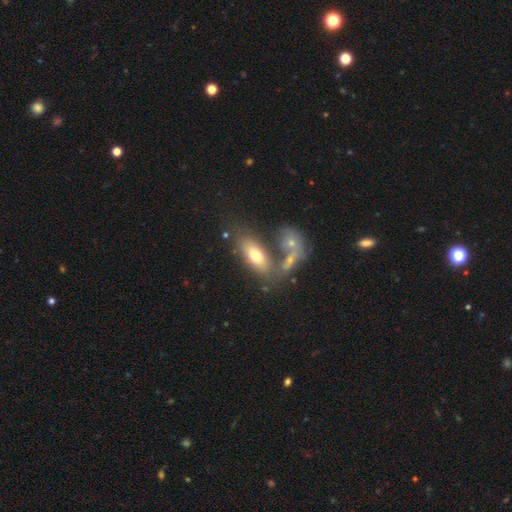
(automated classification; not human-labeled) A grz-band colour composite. It shows a smooth galaxy with no disk features (68%) that is in between round and cigar-shaped (81%). Merging: none (51%).